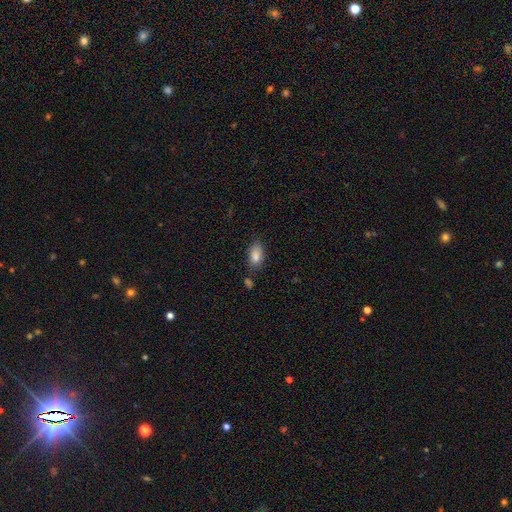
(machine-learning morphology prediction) Overall: smooth (84%). How rounded: in between (90%). Merging: none (71%).